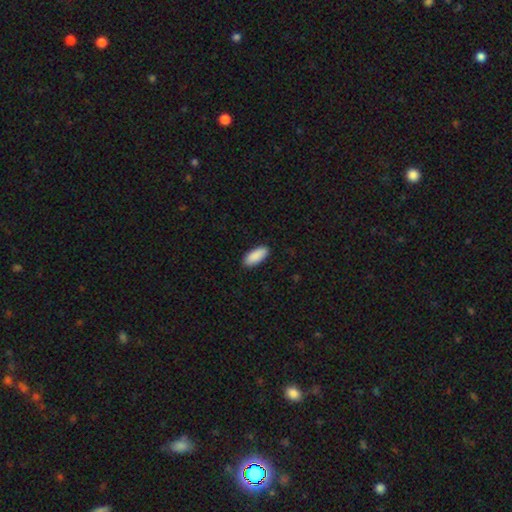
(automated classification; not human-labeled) Smooth or featured: smooth — 91% (star or artifact — 6%)
How rounded: in between — 86% (cigar-shaped — 12%)
Merging: none — 90% (minor disturbance — 8%)